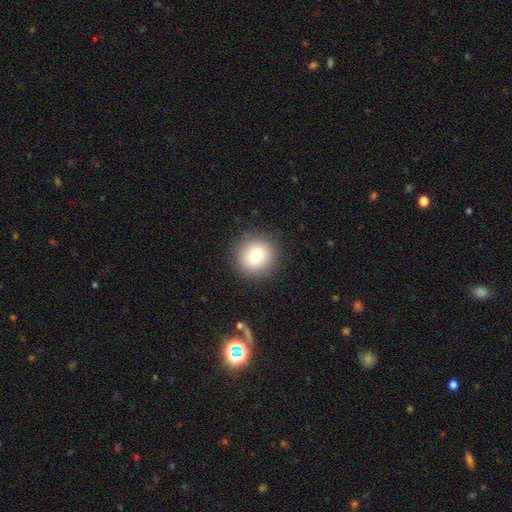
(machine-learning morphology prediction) Smooth or featured?
  - smooth: 82% *
  - star or artifact: 9%
  - featured or disk: 8%
How rounded?
  - round: 90% *
  - in between: 9%
  - cigar-shaped: 1%
Merging?
  - none: 89% *
  - minor disturbance: 7%
  - major disturbance: 3%
  - merger: 1%